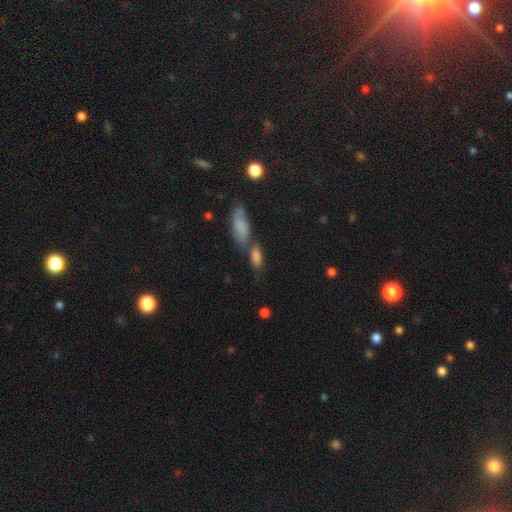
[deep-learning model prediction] A smooth galaxy with no disk features (64%) that is in between round and cigar-shaped (68%).

Vote fractions:
- Smooth or featured? smooth: 64% / featured or disk: 19% / star or artifact: 17%
- How rounded? in between: 68% / cigar-shaped: 23% / round: 9%
- Merging? none: 44% / merger: 38% / minor disturbance: 13% / major disturbance: 6%